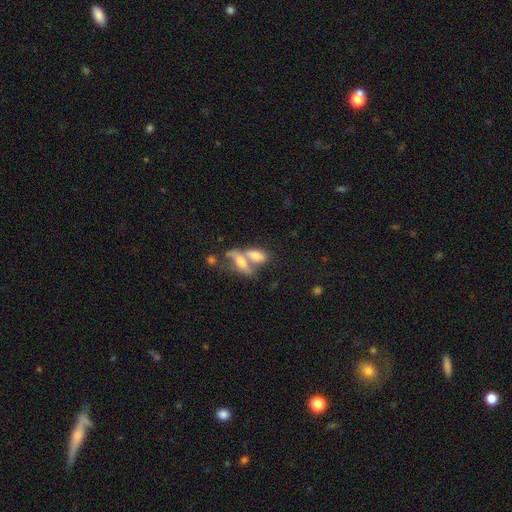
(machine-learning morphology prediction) A smooth galaxy with no disk features (65%) that is in between round and cigar-shaped (79%).

Vote fractions:
- Smooth or featured? smooth: 65% / featured or disk: 26% / star or artifact: 9%
- How rounded? in between: 79% / cigar-shaped: 16% / round: 5%
- Merging? merger: 65% / none: 22% / minor disturbance: 7% / major disturbance: 5%